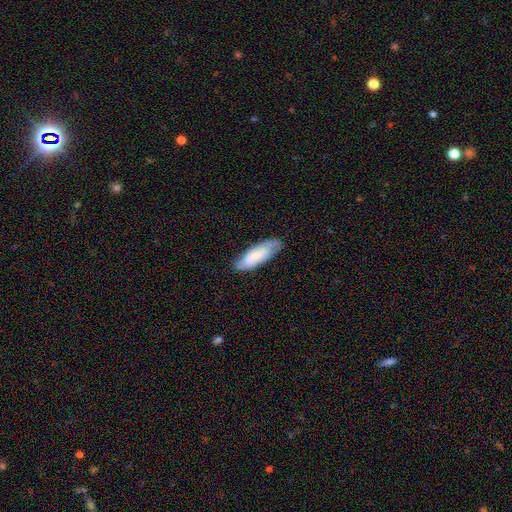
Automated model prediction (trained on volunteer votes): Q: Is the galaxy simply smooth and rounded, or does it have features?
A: smooth — 61%.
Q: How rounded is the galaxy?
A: in between — 61%.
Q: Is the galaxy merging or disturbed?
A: none — 75%.